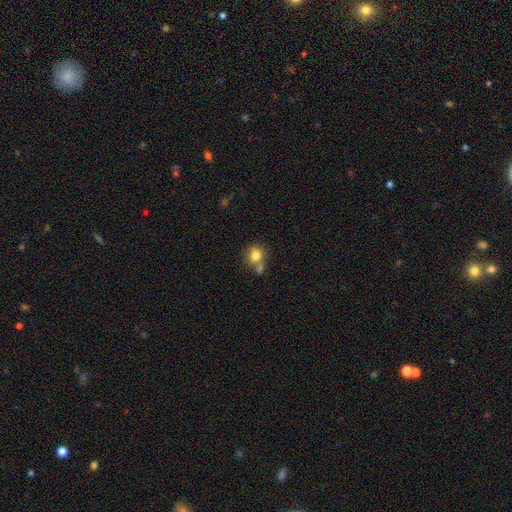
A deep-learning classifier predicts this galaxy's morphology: Smooth or featured: smooth — 80% (featured or disk — 10%)
How rounded: round — 76% (in between — 23%)
Merging: none — 52% (merger — 27%)